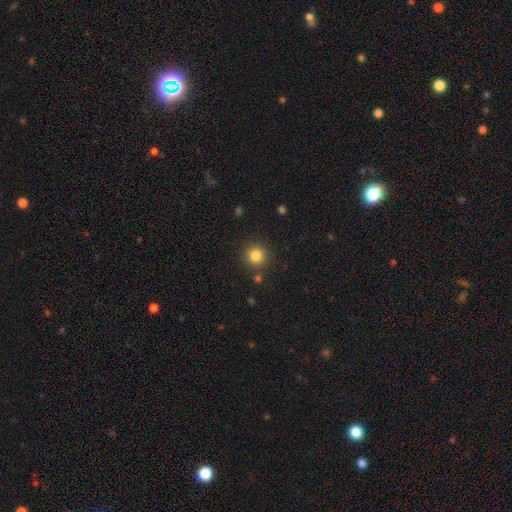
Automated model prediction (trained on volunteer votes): This appears to be a smooth galaxy with no disk features (83%) that is round (93%). Merging: none (87%).